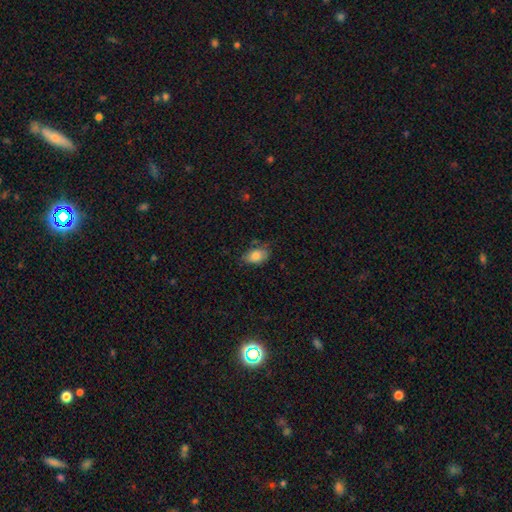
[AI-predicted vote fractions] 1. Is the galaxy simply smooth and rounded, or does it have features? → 82% smooth, 10% featured or disk, 8% star or artifact.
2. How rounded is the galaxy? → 90% in between, 8% round, 2% cigar-shaped.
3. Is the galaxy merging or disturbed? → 62% none, 28% minor disturbance, 7% major disturbance, 3% merger.